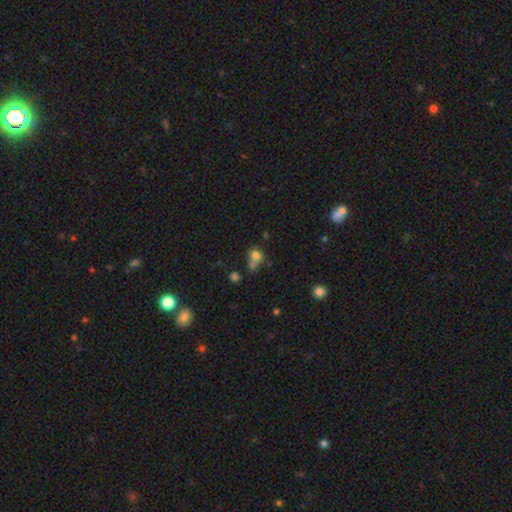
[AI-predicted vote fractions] Morphology: type=smooth (72%); roundness=round (64%); merging=merger (40%).